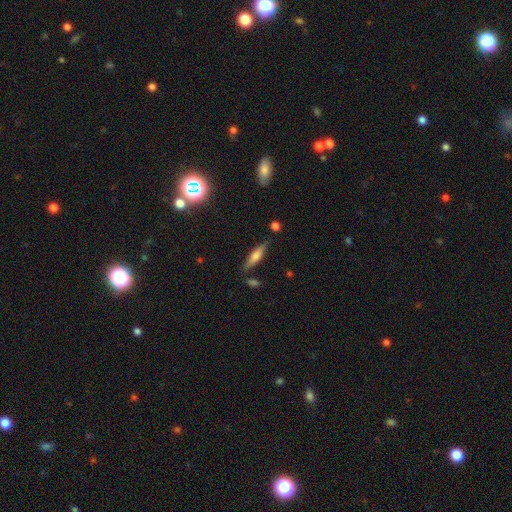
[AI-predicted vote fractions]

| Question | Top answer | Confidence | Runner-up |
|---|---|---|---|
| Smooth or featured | smooth | 55% | featured or disk (37%) |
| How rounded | cigar-shaped | 75% | in between (23%) |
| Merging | none | 80% | minor disturbance (13%) |